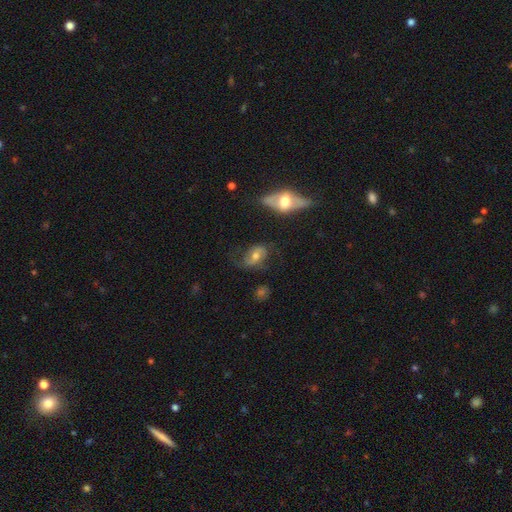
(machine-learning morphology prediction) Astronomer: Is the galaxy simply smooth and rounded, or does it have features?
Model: featured or disk — 56% (runner-up: smooth, 35%).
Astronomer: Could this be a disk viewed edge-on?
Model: no — 91%.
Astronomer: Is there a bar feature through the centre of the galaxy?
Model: no — 57%.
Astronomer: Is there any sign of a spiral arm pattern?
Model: yes — 72%.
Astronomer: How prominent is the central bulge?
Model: moderate — 66%.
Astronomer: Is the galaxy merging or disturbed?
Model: none — 53%.